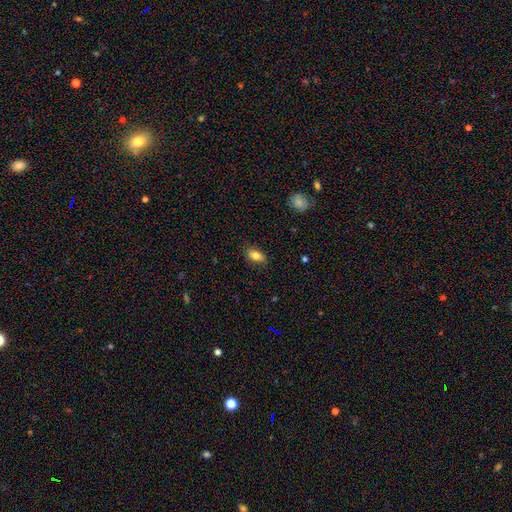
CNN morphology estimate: The model was most divided on "merging": none: 84%, minor disturbance: 13%, major disturbance: 3%, merger: 1%. More confident: how rounded — in between (87%); smooth or featured — smooth (82%).